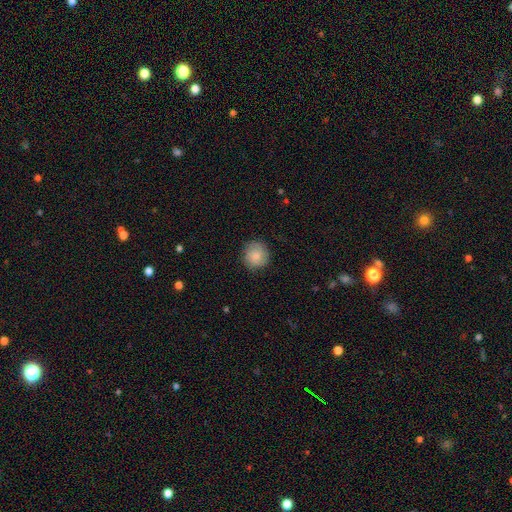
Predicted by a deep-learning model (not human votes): Q: Smooth or featured?
A: smooth (77%); runner-up: featured or disk (16%)
Q: How rounded?
A: round (91%); runner-up: in between (8%)
Q: Merging?
A: none (83%); runner-up: minor disturbance (13%)